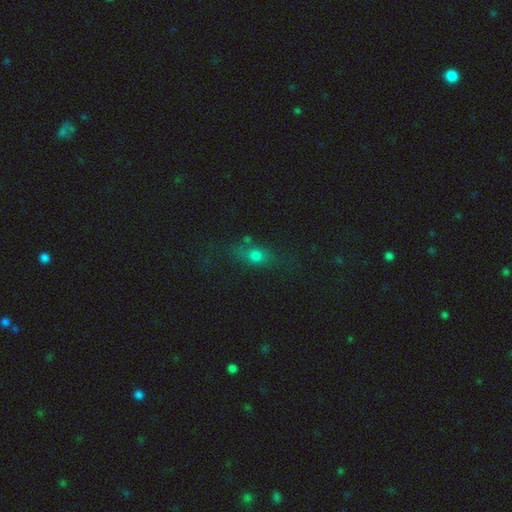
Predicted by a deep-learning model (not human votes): A smooth galaxy with no disk features (62%) that is in between round and cigar-shaped (49%).

Vote fractions:
- Smooth or featured? smooth: 62% / star or artifact: 19% / featured or disk: 19%
- How rounded? in between: 49% / round: 35% / cigar-shaped: 16%
- Merging? none: 64% / minor disturbance: 20% / major disturbance: 10% / merger: 6%